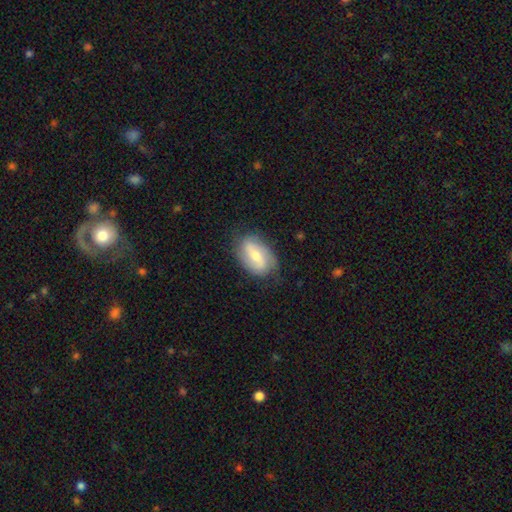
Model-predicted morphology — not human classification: A featured or disk galaxy (64%) with a weak bar (44%), 2 (79%) medium (40%) spiral arms (86%) and a moderate central bulge (54%). Merging: none (76%).